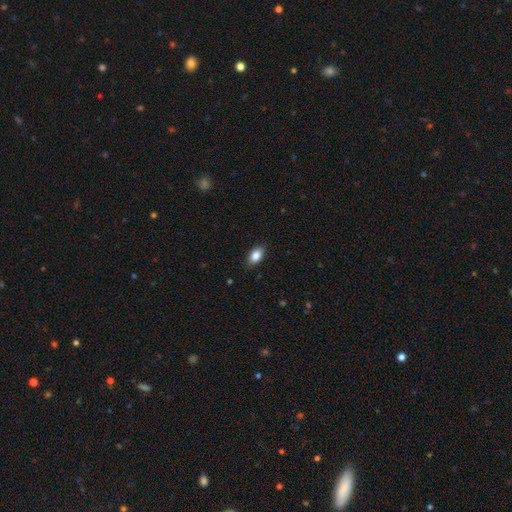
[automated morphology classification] This appears to be a smooth galaxy with no disk features (86%) that is in between round and cigar-shaped (89%). Merging: none (85%).